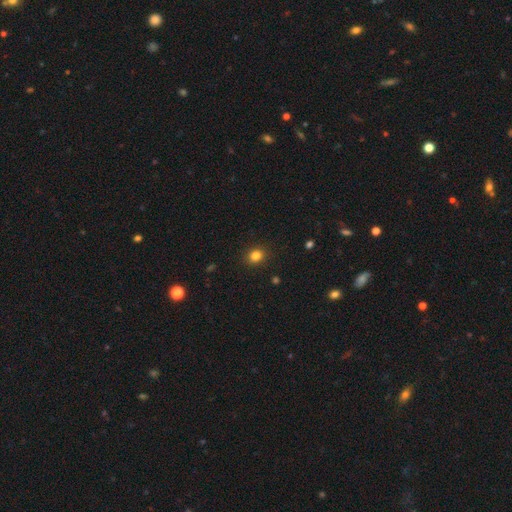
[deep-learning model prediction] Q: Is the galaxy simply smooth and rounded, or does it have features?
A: smooth — 83%.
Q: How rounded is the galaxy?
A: round — 56%.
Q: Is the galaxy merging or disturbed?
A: none — 89%.